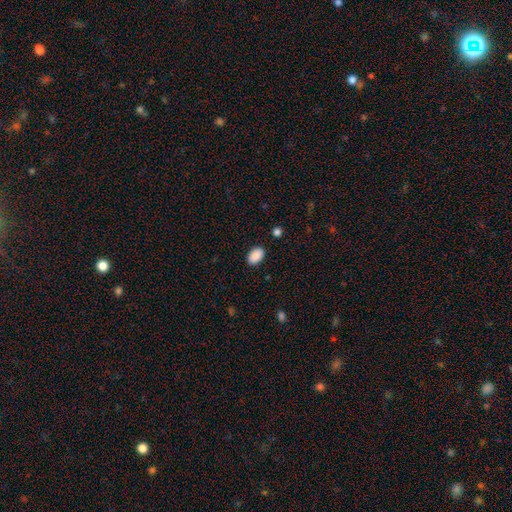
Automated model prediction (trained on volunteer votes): Q: Smooth or featured?
A: smooth (90%); runner-up: star or artifact (7%)
Q: How rounded?
A: in between (89%); runner-up: round (10%)
Q: Merging?
A: none (88%); runner-up: minor disturbance (9%)